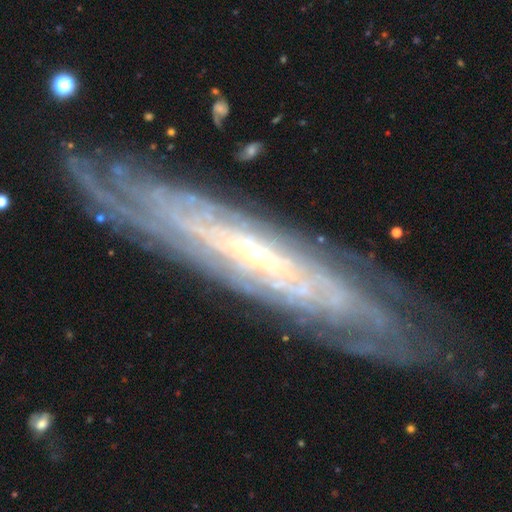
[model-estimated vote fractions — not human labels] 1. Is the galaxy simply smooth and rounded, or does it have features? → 87% featured or disk, 7% smooth, 6% star or artifact.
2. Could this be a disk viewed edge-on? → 66% no, 34% yes.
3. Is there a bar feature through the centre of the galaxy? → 48% no, 32% weak, 21% strong.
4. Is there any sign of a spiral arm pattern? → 95% yes, 5% no.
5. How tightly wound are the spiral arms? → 81% tight, 15% medium, 4% loose.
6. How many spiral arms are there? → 50% can't tell, 17% more than 4, 10% 4, 9% 2, 8% 3, 6% 1.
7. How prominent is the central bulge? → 75% small, 20% moderate, 2% large, 2% none, 1% dominant.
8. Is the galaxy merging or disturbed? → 82% none, 13% minor disturbance, 4% major disturbance, 1% merger.